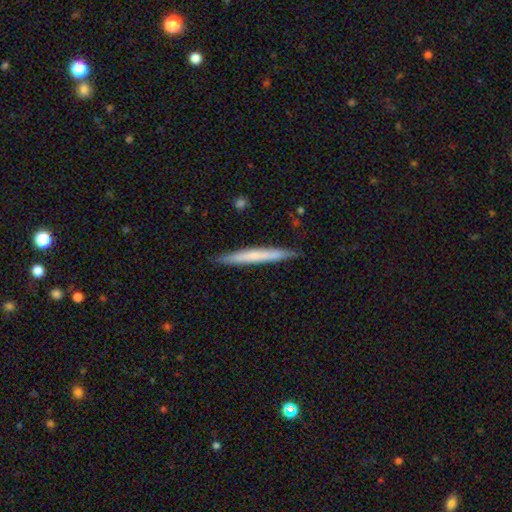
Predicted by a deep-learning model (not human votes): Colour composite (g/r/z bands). It shows a smooth galaxy with no disk features (60%) that is cigar-shaped (97%). Merging: none (89%).